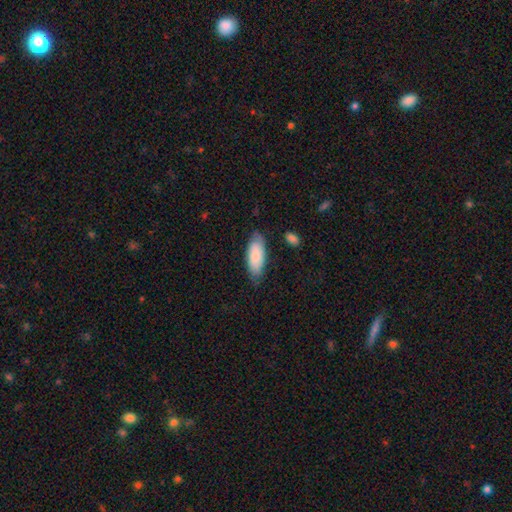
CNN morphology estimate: Smooth or featured: smooth — 82% (featured or disk — 13%)
How rounded: in between — 79% (cigar-shaped — 19%)
Merging: none — 76% (minor disturbance — 19%)